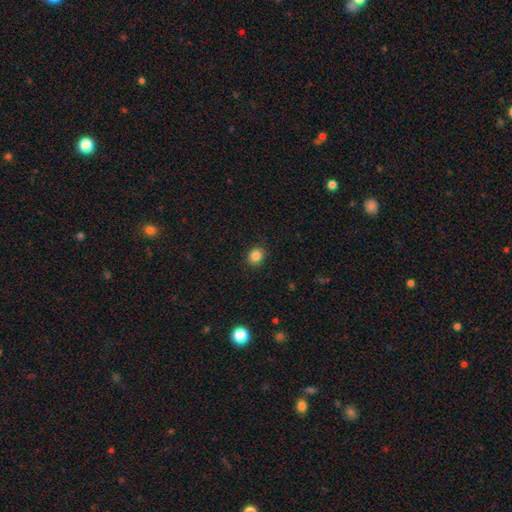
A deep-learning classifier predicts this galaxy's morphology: This is clearly a smooth galaxy (85%). How rounded: likely round (75%). Merging: clearly none (90%).